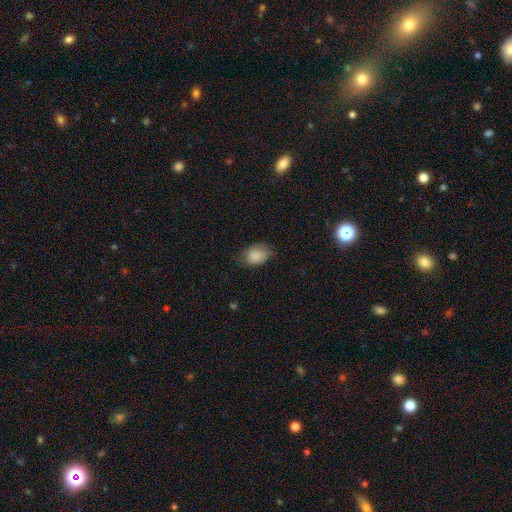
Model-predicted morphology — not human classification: This appears to be a smooth galaxy with no disk features (84%) that is in between round and cigar-shaped (68%). Merging: none (59%).